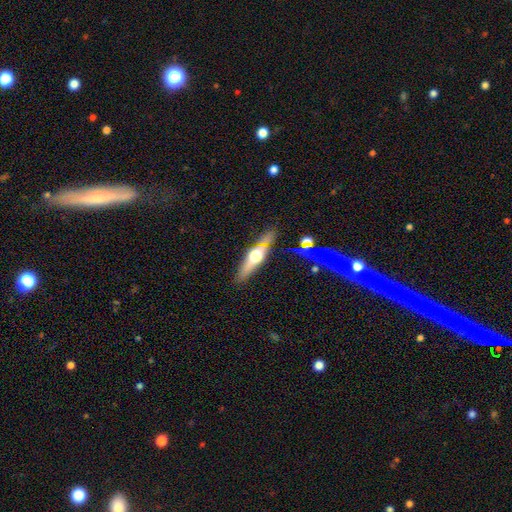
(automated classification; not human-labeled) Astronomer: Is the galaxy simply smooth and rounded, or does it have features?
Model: featured or disk — 59%.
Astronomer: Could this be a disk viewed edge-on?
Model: yes — 92%.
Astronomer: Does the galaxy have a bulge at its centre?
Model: rounded — 94%.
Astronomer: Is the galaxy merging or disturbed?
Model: none — 81%.